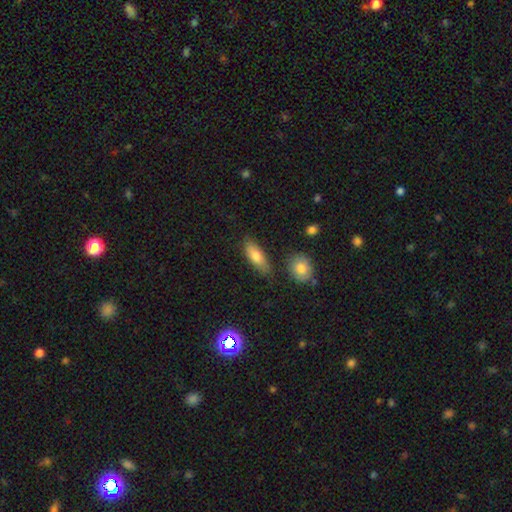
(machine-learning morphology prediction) Smooth or featured: smooth — 78% (featured or disk — 15%)
How rounded: in between — 71% (cigar-shaped — 26%)
Merging: none — 75% (minor disturbance — 16%)